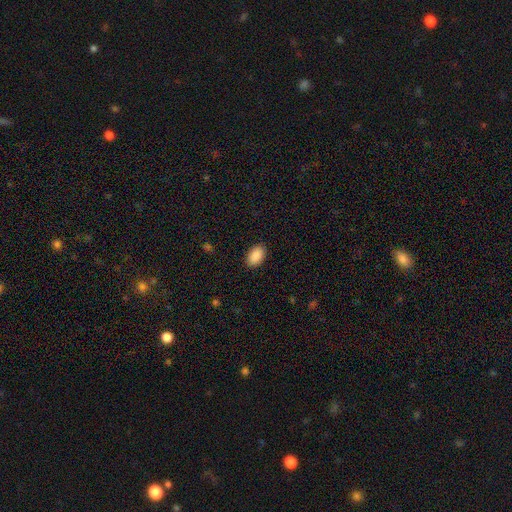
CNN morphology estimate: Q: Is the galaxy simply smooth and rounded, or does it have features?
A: smooth — 90%.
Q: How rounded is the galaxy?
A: in between — 93%.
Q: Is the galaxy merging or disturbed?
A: none — 89%.